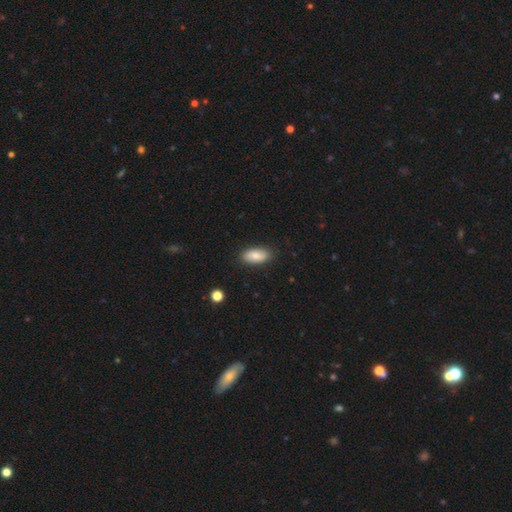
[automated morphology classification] Q: Smooth or featured?
A: smooth (80%); runner-up: featured or disk (13%)
Q: How rounded?
A: in between (90%); runner-up: cigar-shaped (7%)
Q: Merging?
A: none (86%); runner-up: minor disturbance (11%)